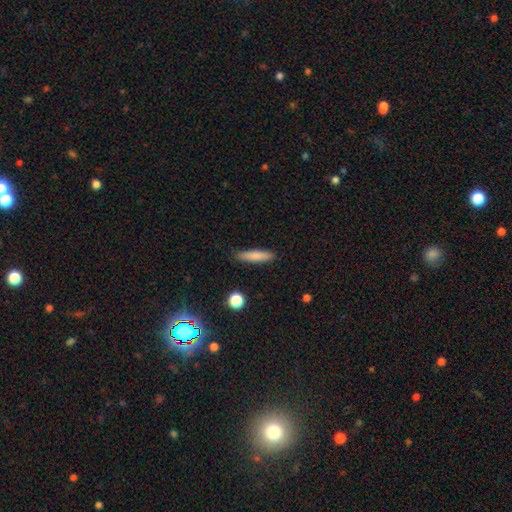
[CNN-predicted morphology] Q: Smooth or featured?
A: smooth (81%); runner-up: featured or disk (12%)
Q: How rounded?
A: cigar-shaped (82%); runner-up: in between (17%)
Q: Merging?
A: none (86%); runner-up: minor disturbance (11%)